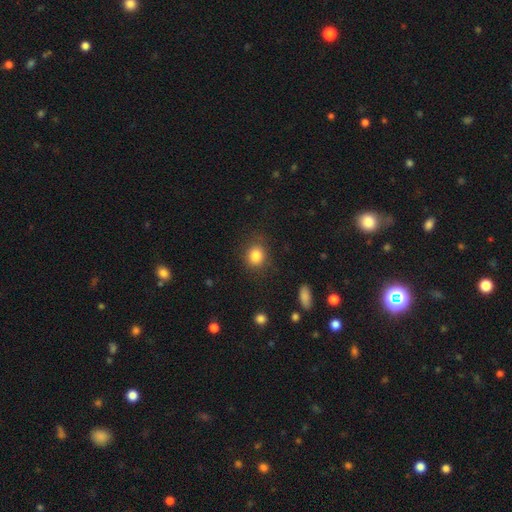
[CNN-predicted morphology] type=smooth (84%); roundness=round (71%); merging=none (81%).